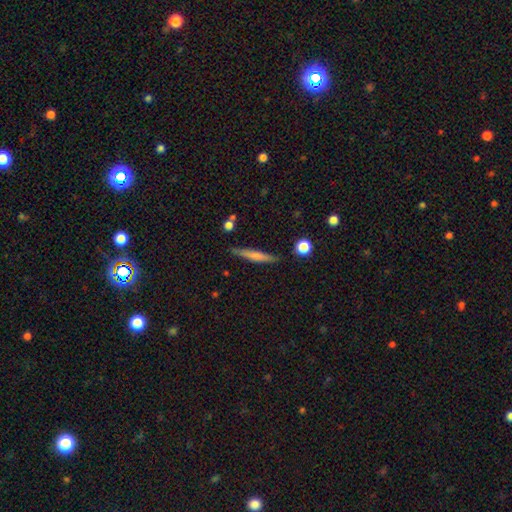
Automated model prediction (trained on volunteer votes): A smooth galaxy with no disk features (59%) that is cigar-shaped (92%).

Vote fractions:
- Smooth or featured? smooth: 59% / featured or disk: 34% / star or artifact: 6%
- How rounded? cigar-shaped: 92% / in between: 6% / round: 2%
- Merging? none: 83% / minor disturbance: 12% / merger: 3% / major disturbance: 2%